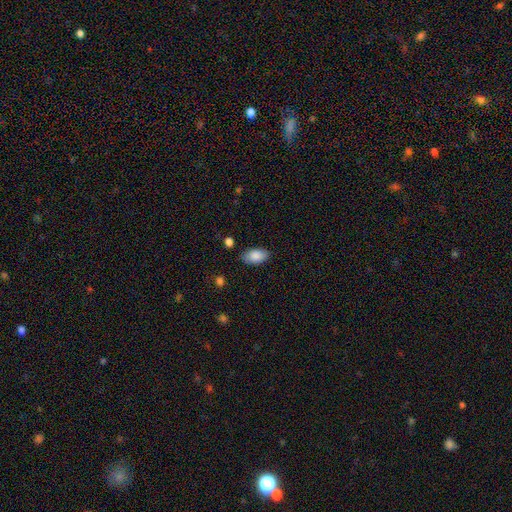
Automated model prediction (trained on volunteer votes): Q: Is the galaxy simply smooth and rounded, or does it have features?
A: smooth — 86%.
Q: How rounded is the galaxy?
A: in between — 94%.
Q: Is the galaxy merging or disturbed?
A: none — 83%.